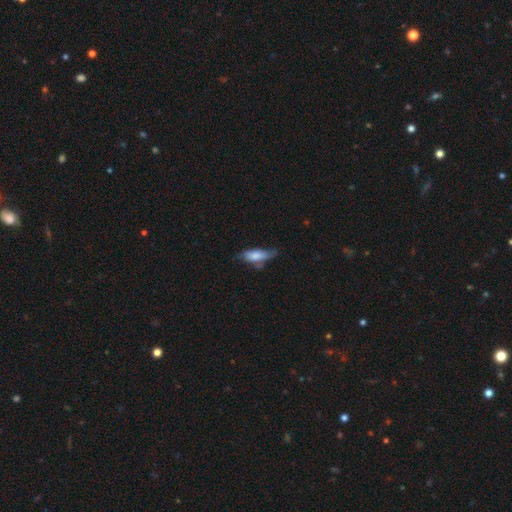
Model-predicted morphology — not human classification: smooth_or_featured: smooth (p=0.72) [alt: featured or disk p=0.21]
how_rounded: in between (p=0.66) [alt: cigar-shaped p=0.32]
merging: none (p=0.44) [alt: minor disturbance p=0.36]